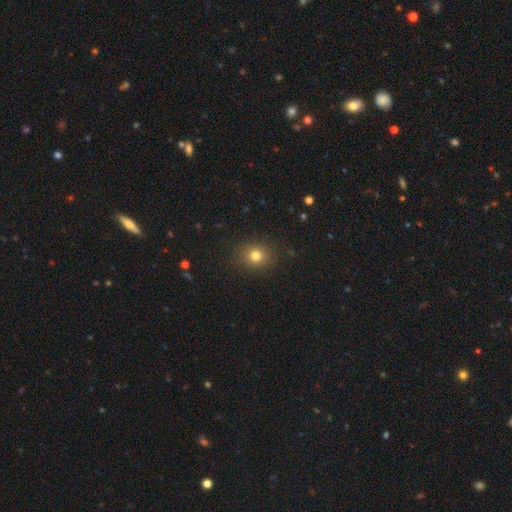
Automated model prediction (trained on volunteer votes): Overall: smooth (78%). How rounded: round (80%). Merging: none (89%).